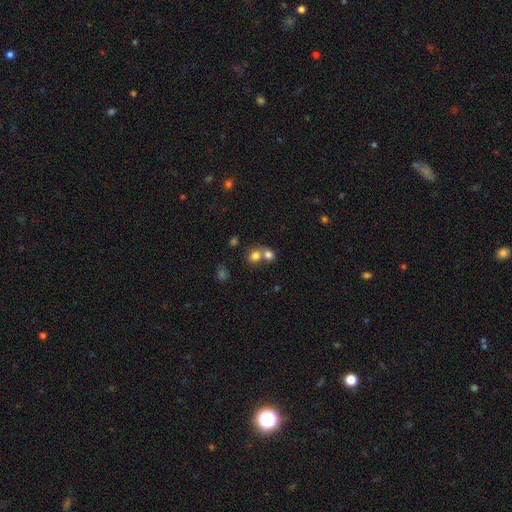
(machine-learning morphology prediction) This is likely a smooth galaxy (78%). How rounded: likely round (76%). Merging: possibly merger (54%).